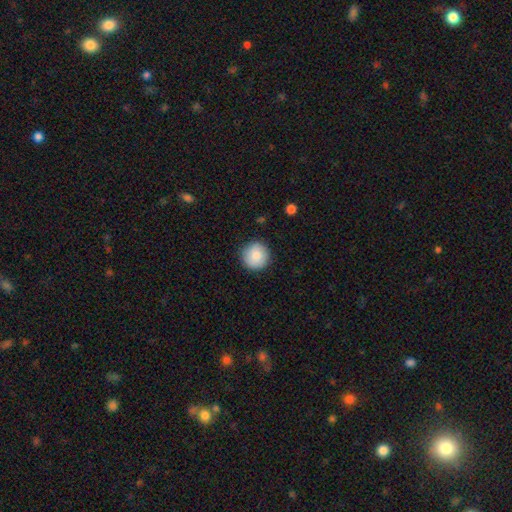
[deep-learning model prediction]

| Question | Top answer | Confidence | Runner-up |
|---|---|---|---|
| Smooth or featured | smooth | 85% | featured or disk (8%) |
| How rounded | round | 95% | in between (4%) |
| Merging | none | 89% | minor disturbance (8%) |